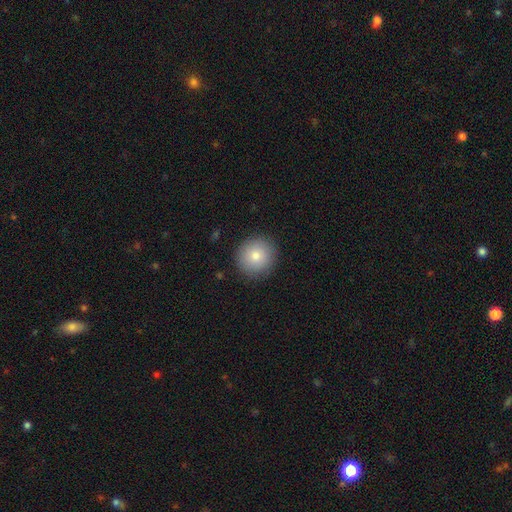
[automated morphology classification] Q: Smooth or featured?
A: smooth (80%); runner-up: featured or disk (11%)
Q: How rounded?
A: round (92%); runner-up: in between (7%)
Q: Merging?
A: none (90%); runner-up: minor disturbance (7%)